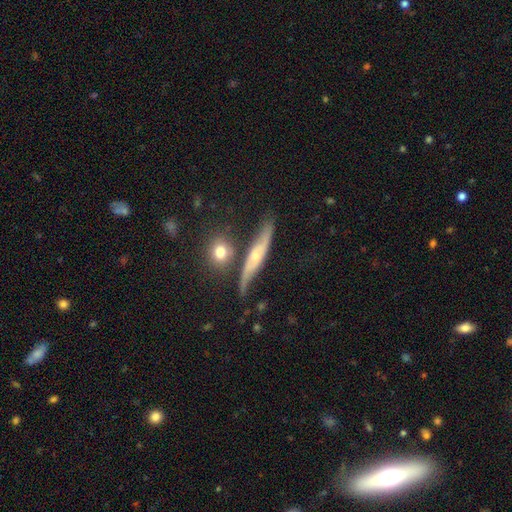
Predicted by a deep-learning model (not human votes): Q: Smooth or featured?
A: featured or disk (69%); runner-up: smooth (24%)
Q: Edge-on disk?
A: yes (56%); runner-up: no (44%)
Q: Merging?
A: none (63%); runner-up: minor disturbance (22%)